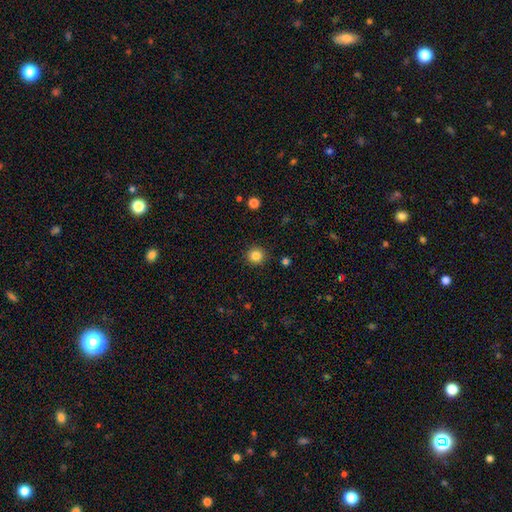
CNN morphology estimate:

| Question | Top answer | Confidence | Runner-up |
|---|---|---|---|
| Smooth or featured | smooth | 85% | star or artifact (11%) |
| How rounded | round | 94% | in between (5%) |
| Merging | none | 91% | minor disturbance (6%) |